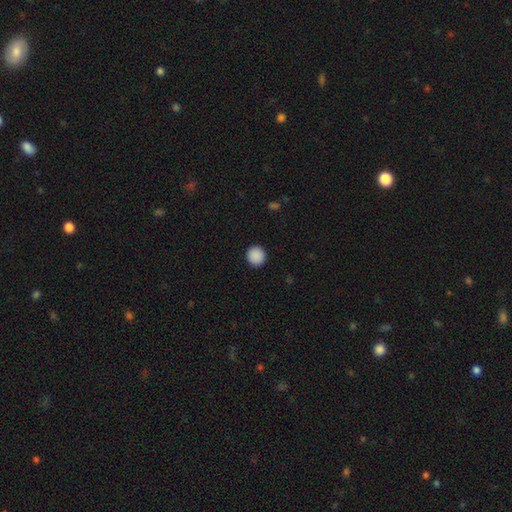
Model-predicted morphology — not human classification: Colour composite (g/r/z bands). It shows a smooth galaxy with no disk features (90%) that is round (94%). Merging: none (93%).